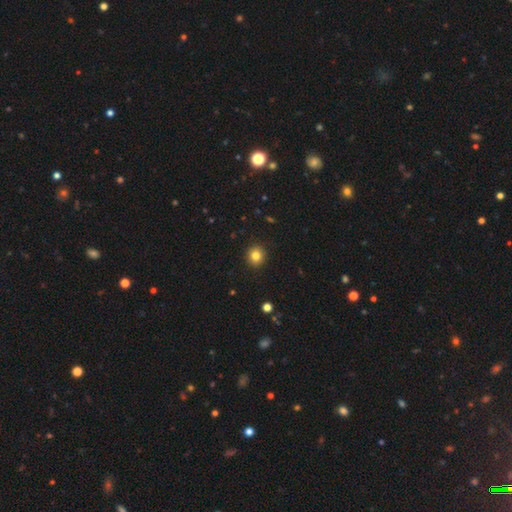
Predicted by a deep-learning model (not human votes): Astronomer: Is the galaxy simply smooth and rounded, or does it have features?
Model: smooth — 82%.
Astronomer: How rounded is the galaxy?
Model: round — 89%.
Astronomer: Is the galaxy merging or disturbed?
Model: none — 92%.